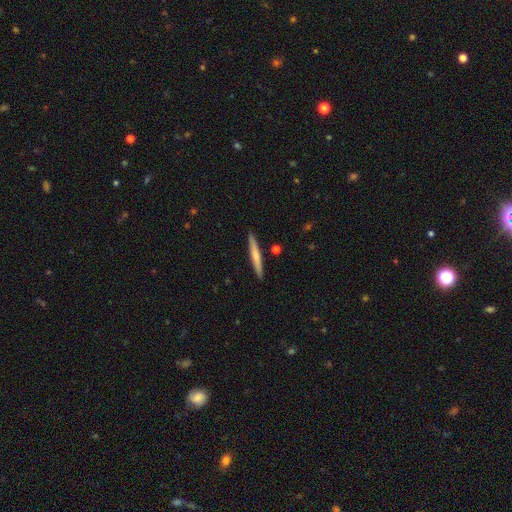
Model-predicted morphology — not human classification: Overall: smooth (58%; featured or disk 36%). How rounded: cigar-shaped (96%). Merging: none (90%).